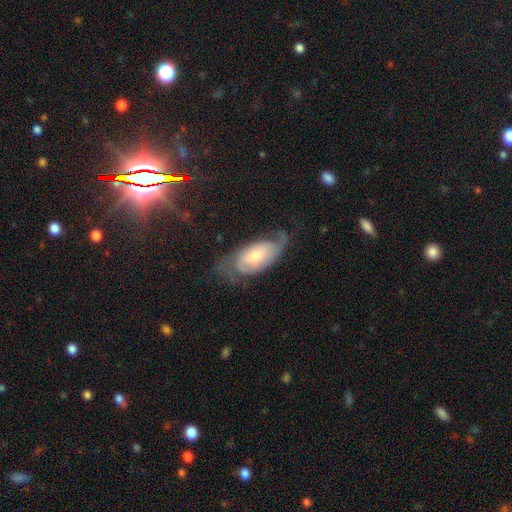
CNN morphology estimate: Smooth or featured?
  - featured or disk: 60% *
  - smooth: 33%
  - star or artifact: 7%
Edge-on disk?
  - no: 92% *
  - yes: 8%
Bar?
  - no: 66% *
  - weak: 27%
  - strong: 7%
Spiral arms?
  - yes: 87% *
  - no: 13%
Bulge size?
  - small: 45% *
  - moderate: 39%
  - large: 9%
  - none: 5%
  - dominant: 2%
Merging?
  - none: 49% *
  - minor disturbance: 27%
  - major disturbance: 22%
  - merger: 2%